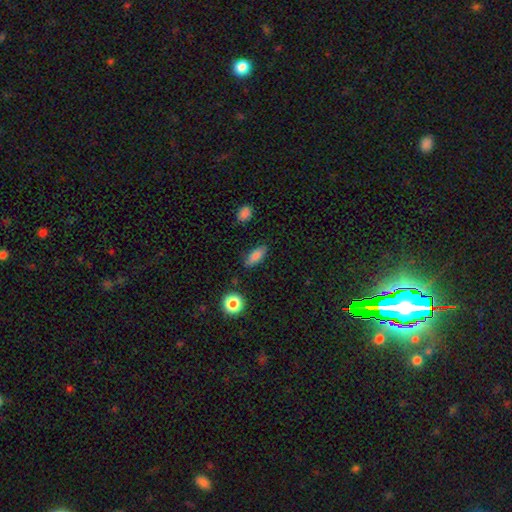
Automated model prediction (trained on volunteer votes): Smooth or featured? smooth (82%)
How rounded? in between (74%)
Merging? none (83%)